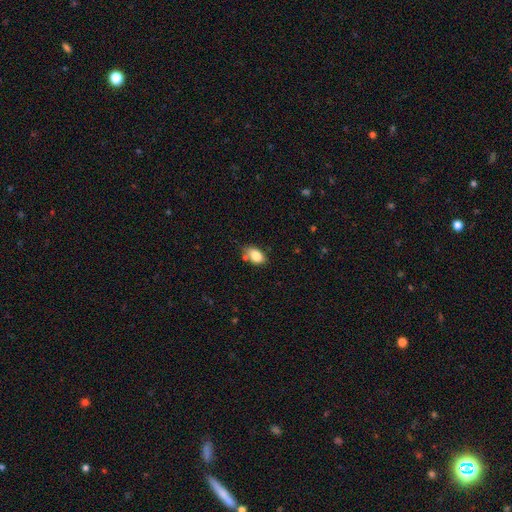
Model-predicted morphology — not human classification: smooth-or-featured: smooth: 84% | star or artifact: 8% | featured or disk: 8%
  how-rounded: in between: 89% | round: 9% | cigar-shaped: 2%
  merging: none: 62% | minor disturbance: 23% | merger: 11% | major disturbance: 5%